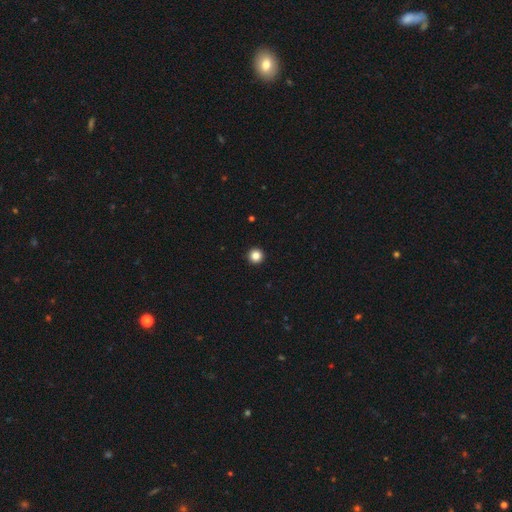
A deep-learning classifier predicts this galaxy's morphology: A smooth galaxy with no disk features (85%) that is round (97%).

Vote fractions:
- Smooth or featured? smooth: 85% / star or artifact: 11% / featured or disk: 4%
- How rounded? round: 97% / in between: 2% / cigar-shaped: 1%
- Merging? none: 95% / minor disturbance: 3% / major disturbance: 1% / merger: 1%